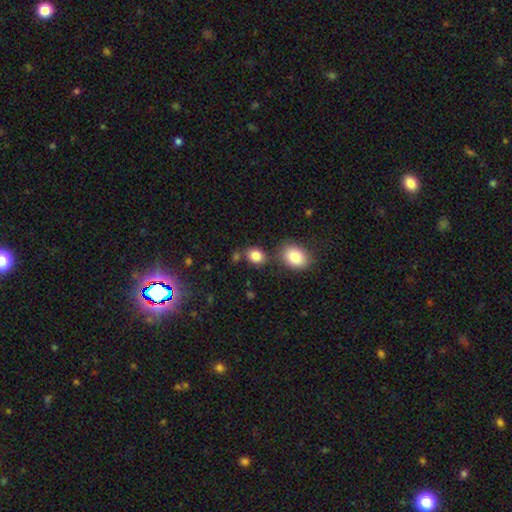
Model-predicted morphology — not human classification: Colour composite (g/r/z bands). It shows a smooth galaxy with no disk features (84%) that is in between round and cigar-shaped (58%). Merging: none (66%).